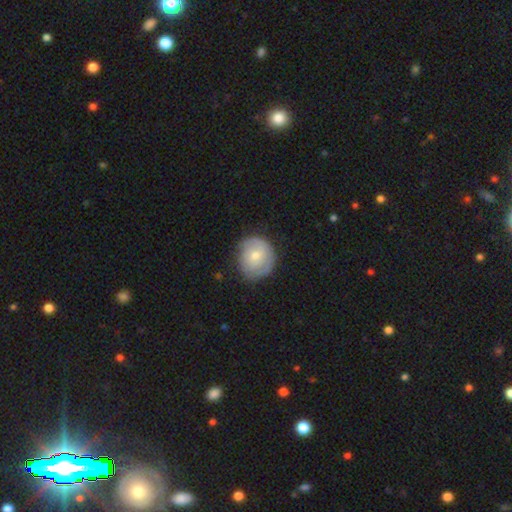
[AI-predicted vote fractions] This appears to be a smooth galaxy with no disk features (52%) that is round (83%). Merging: none (71%).